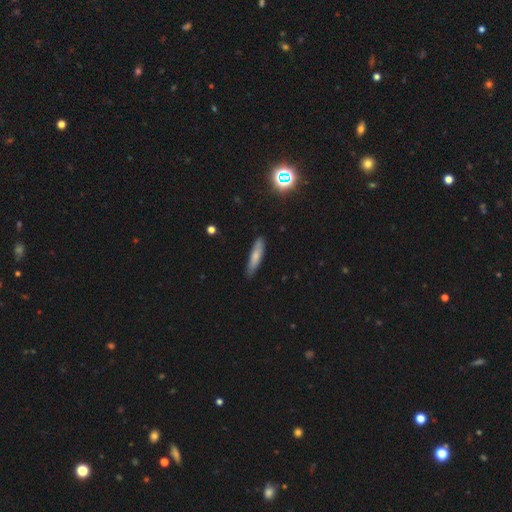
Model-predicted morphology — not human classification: type=smooth (72%); roundness=cigar-shaped (82%); merging=none (82%).